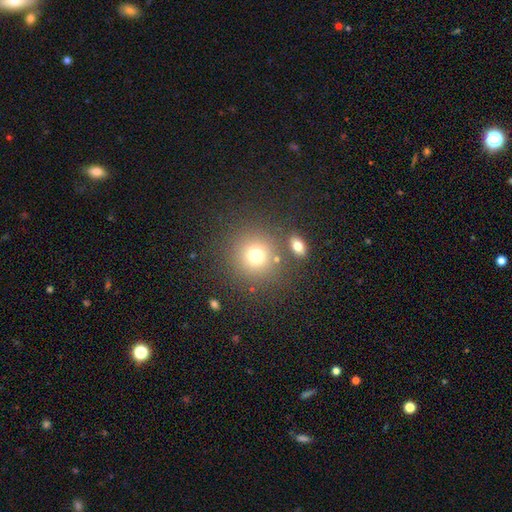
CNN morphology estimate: Smooth or featured?
  - smooth: 74% *
  - star or artifact: 16%
  - featured or disk: 11%
How rounded?
  - round: 91% *
  - in between: 8%
  - cigar-shaped: 1%
Merging?
  - none: 77% *
  - merger: 10%
  - minor disturbance: 8%
  - major disturbance: 4%